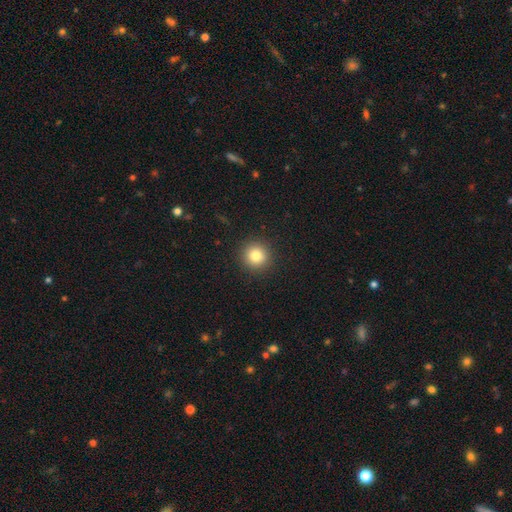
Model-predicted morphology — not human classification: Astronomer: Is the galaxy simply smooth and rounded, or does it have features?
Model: smooth — 82%.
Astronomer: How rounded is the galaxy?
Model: round — 94%.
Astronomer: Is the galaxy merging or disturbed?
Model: none — 92%.